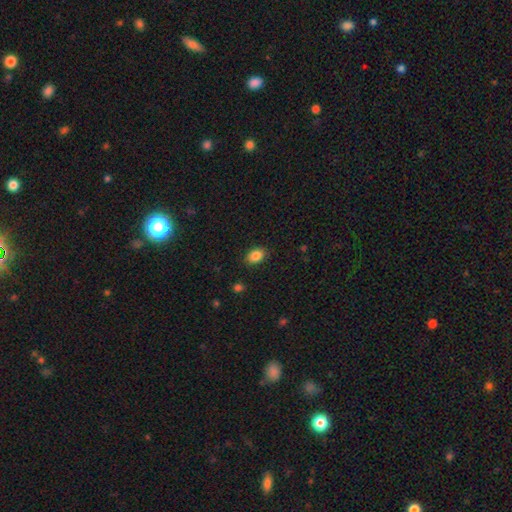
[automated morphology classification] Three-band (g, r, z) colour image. It shows a smooth galaxy with no disk features (87%) that is in between round and cigar-shaped (81%). Merging: none (87%).